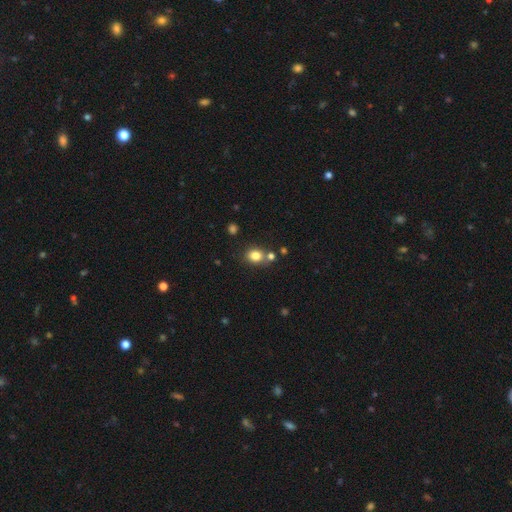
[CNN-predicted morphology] Smooth or featured? Predicted: smooth (p=0.81). How rounded? Predicted: round (p=0.56). Merging? Predicted: none (p=0.69).